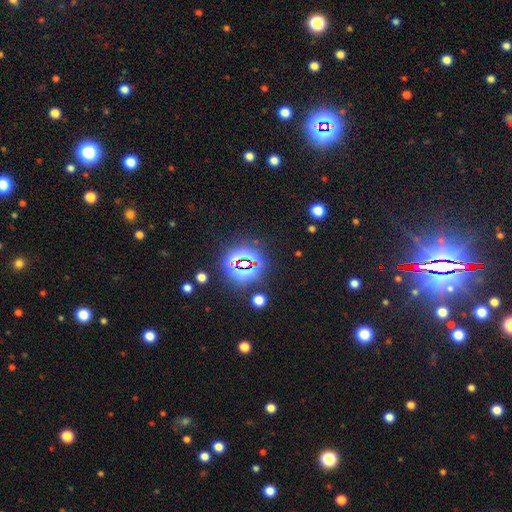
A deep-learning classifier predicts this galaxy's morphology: smooth_or_featured: star or artifact (p=0.84) [alt: smooth p=0.09]